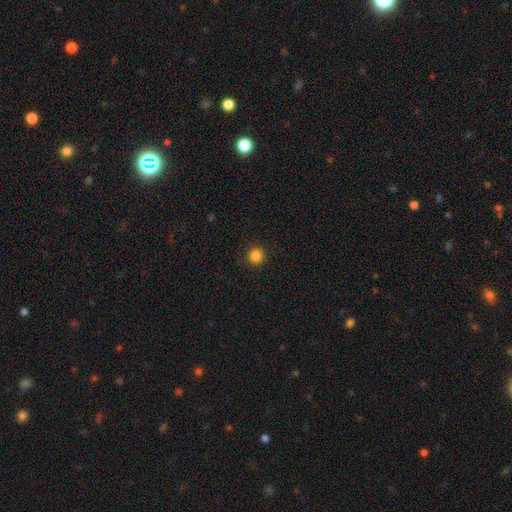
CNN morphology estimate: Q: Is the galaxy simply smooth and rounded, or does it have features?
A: smooth — 85%.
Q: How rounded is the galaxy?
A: round — 94%.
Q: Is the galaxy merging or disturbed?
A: none — 92%.